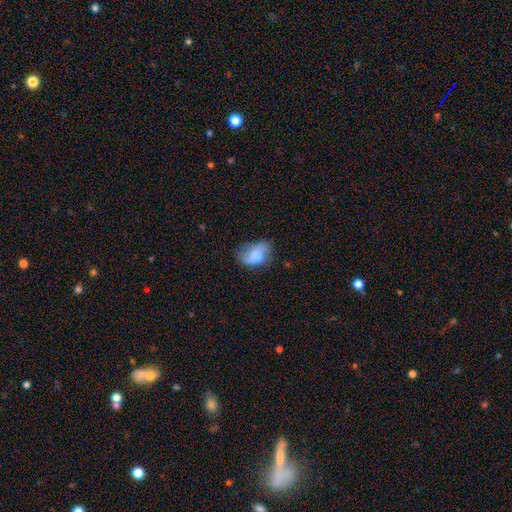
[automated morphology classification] Smooth or featured: smooth — 54% (featured or disk — 37%)
How rounded: in between — 84% (round — 15%)
Merging: none — 43% (minor disturbance — 31%)